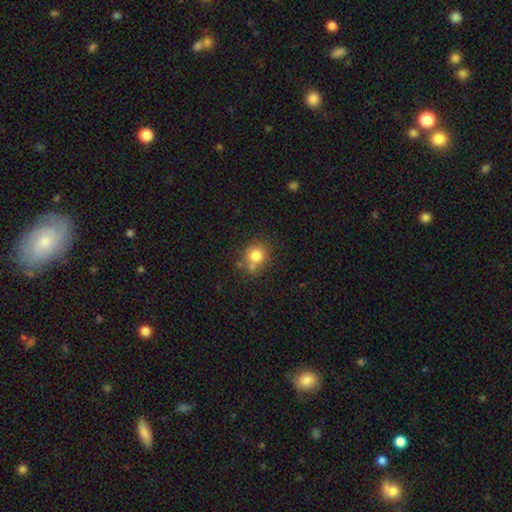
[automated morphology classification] Smooth or featured? smooth (80%)
How rounded? round (84%)
Merging? none (68%)